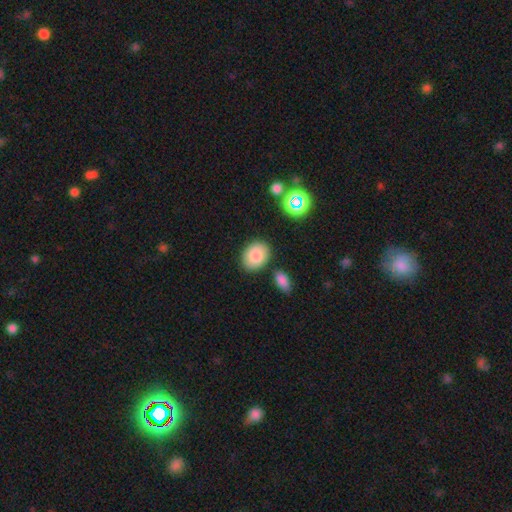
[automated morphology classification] Smooth or featured? Predicted: smooth (p=0.83). How rounded? Predicted: in between (p=0.69). Merging? Predicted: none (p=0.81).